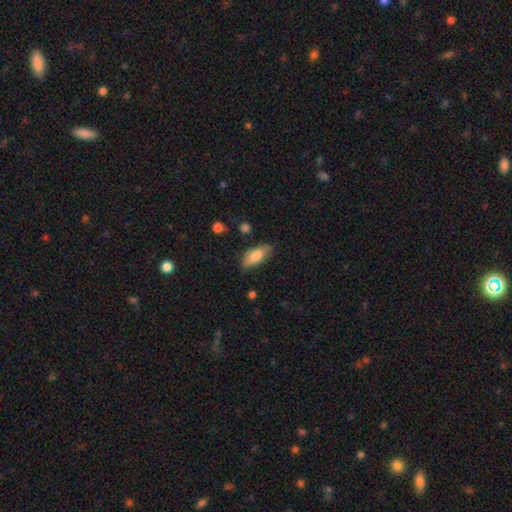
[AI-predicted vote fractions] smooth_or_featured: smooth (p=0.80) [alt: featured or disk p=0.13]
how_rounded: in between (p=0.80) [alt: cigar-shaped p=0.17]
merging: none (p=0.76) [alt: minor disturbance p=0.18]